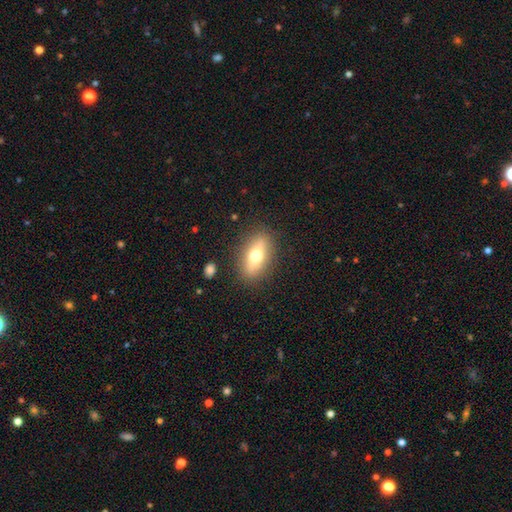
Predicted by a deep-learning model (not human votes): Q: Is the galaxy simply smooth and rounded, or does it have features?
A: smooth — 53%.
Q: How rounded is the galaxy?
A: in between — 68%.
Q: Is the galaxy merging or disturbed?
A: none — 86%.